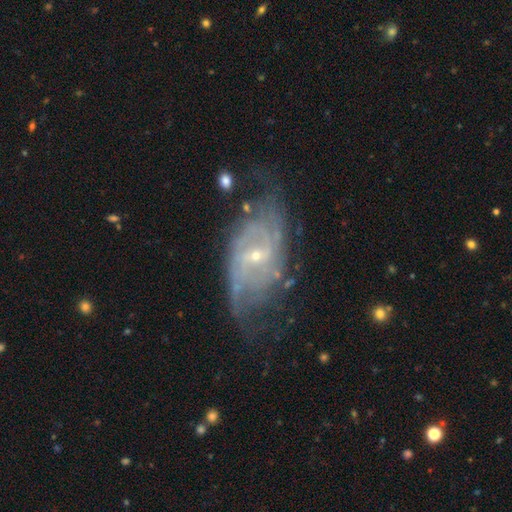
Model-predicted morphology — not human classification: Smooth or featured? Predicted: featured or disk (p=0.85). Edge-on disk? Predicted: no (p=0.95). Bar? Predicted: weak (p=0.48). Spiral arms? Predicted: yes (p=0.92). Spiral winding? Predicted: tight (p=0.41). Spiral arm count? Predicted: 2 (p=0.40). Bulge size? Predicted: small (p=0.75). Merging? Predicted: none (p=0.61).